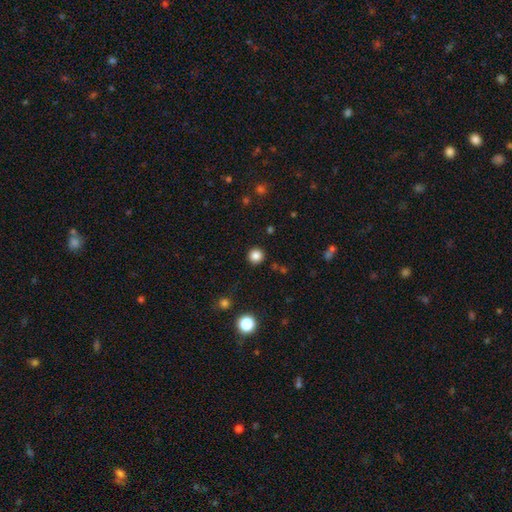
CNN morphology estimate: This appears to be a smooth galaxy with no disk features (85%) that is round (95%). Merging: none (92%).